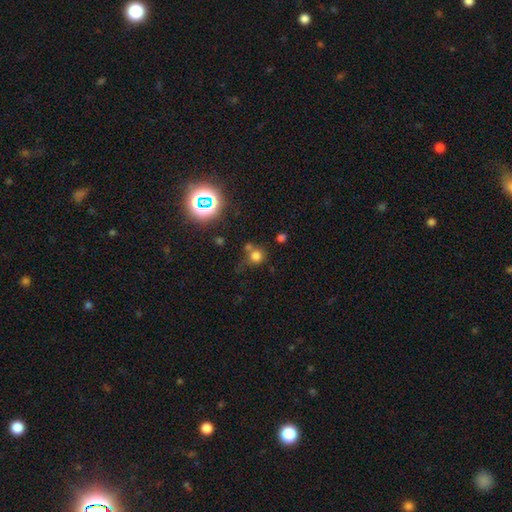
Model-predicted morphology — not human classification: Smooth or featured? smooth (71%)
How rounded? round (87%)
Merging? none (55%)